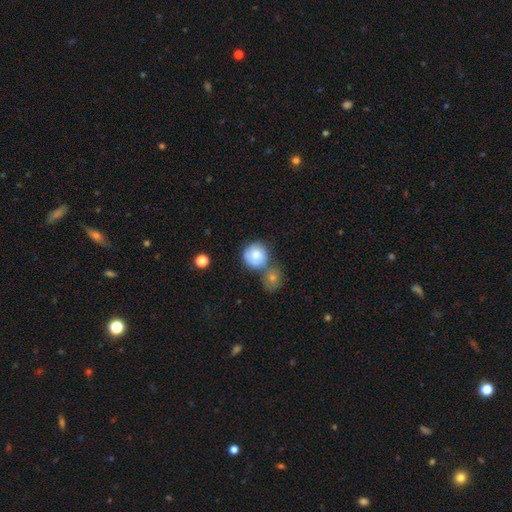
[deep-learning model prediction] This is likely a smooth galaxy (79%). How rounded: clearly round (88%). Merging: marginally merger (41%).